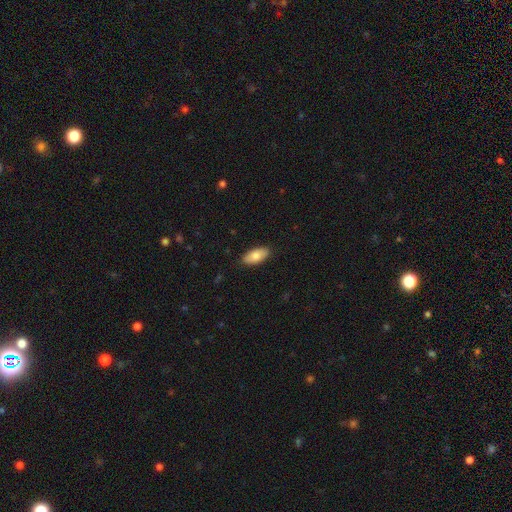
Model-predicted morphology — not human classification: This appears to be a smooth galaxy with no disk features (82%) that is in between round and cigar-shaped (91%). Merging: none (88%).